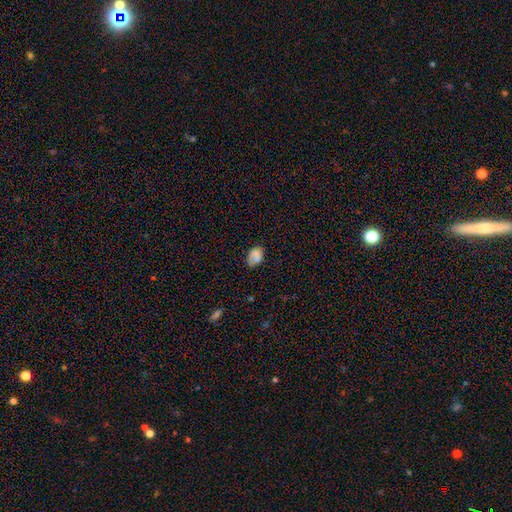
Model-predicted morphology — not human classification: smooth-or-featured: smooth: 78% | featured or disk: 11% | star or artifact: 11%
  how-rounded: in between: 83% | round: 15% | cigar-shaped: 1%
  merging: none: 67% | minor disturbance: 25% | major disturbance: 6% | merger: 2%